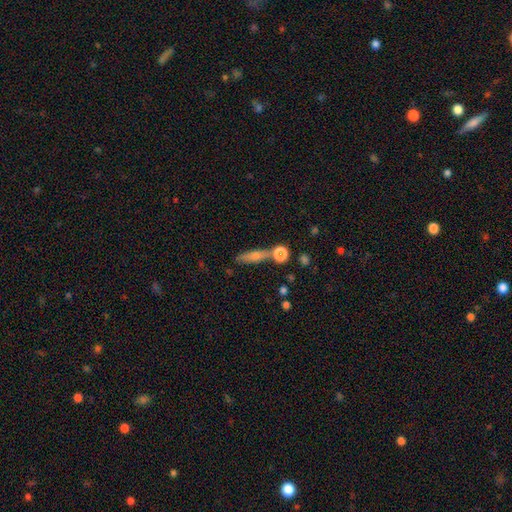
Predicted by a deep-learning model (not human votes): A smooth galaxy with no disk features (62%) that is cigar-shaped (69%).

Vote fractions:
- Smooth or featured? smooth: 62% / featured or disk: 27% / star or artifact: 11%
- How rounded? cigar-shaped: 69% / in between: 25% / round: 7%
- Merging? none: 70% / minor disturbance: 13% / merger: 13% / major disturbance: 4%